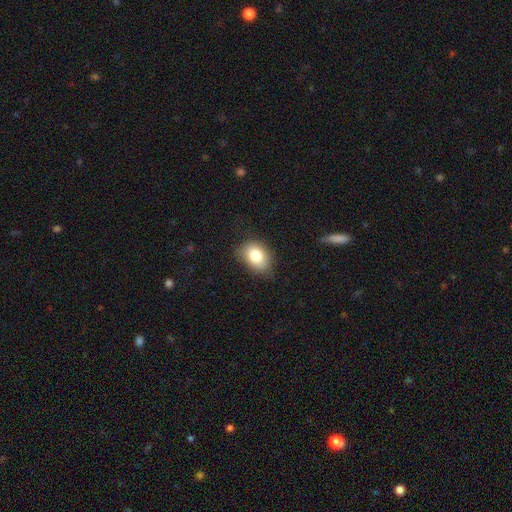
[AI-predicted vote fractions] This is clearly a smooth galaxy (81%). How rounded: likely in between (75%). Merging: likely none (73%).